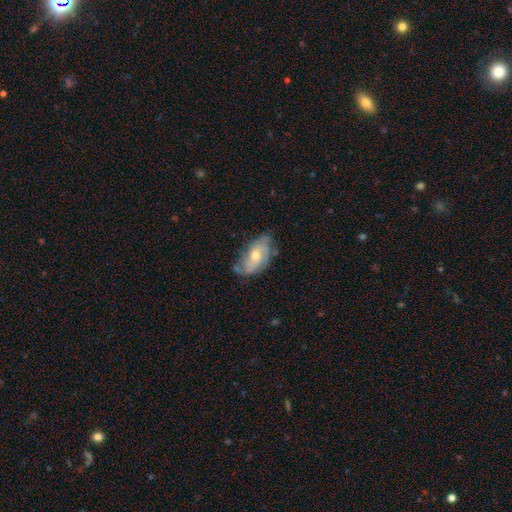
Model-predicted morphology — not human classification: This appears to be a featured or disk galaxy (72%) with no bar (72%), tight (44%) spiral arms (87%) and a moderate central bulge (63%). Merging: none (63%).